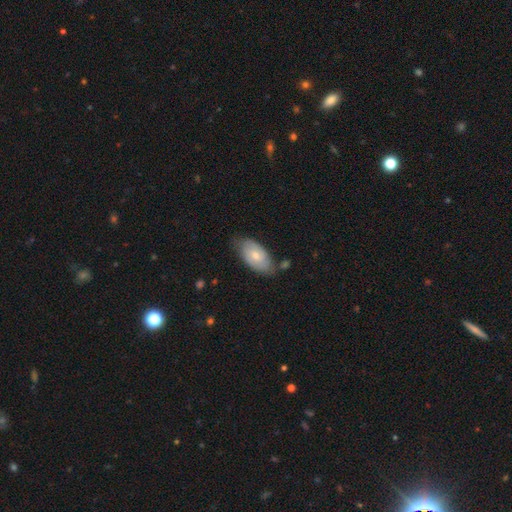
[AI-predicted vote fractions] Smooth or featured?
  - smooth: 51% *
  - featured or disk: 43%
  - star or artifact: 6%
How rounded?
  - in between: 93% *
  - round: 4%
  - cigar-shaped: 4%
Merging?
  - none: 66% *
  - minor disturbance: 24%
  - major disturbance: 5%
  - merger: 5%